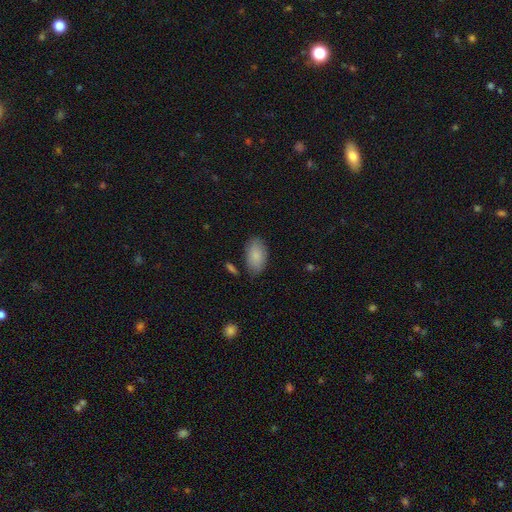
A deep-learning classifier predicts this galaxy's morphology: Smooth or featured? Predicted: smooth (p=0.86). How rounded? Predicted: in between (p=0.94). Merging? Predicted: none (p=0.78).